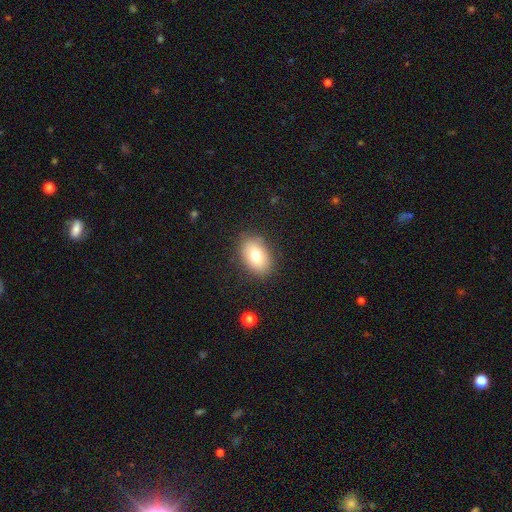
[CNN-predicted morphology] Smooth or featured: smooth — 76% (featured or disk — 15%)
How rounded: in between — 85% (round — 13%)
Merging: none — 84% (minor disturbance — 11%)